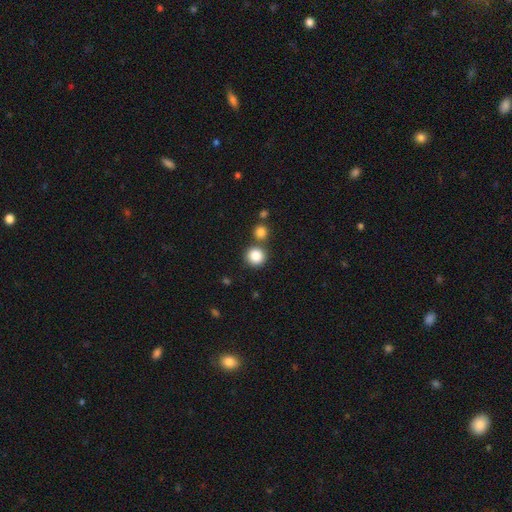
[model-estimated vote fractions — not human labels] A smooth galaxy with no disk features (85%) that is round (92%).

Vote fractions:
- Smooth or featured? smooth: 85% / star or artifact: 10% / featured or disk: 5%
- How rounded? round: 92% / in between: 7% / cigar-shaped: 1%
- Merging? none: 73% / merger: 16% / minor disturbance: 7% / major disturbance: 3%